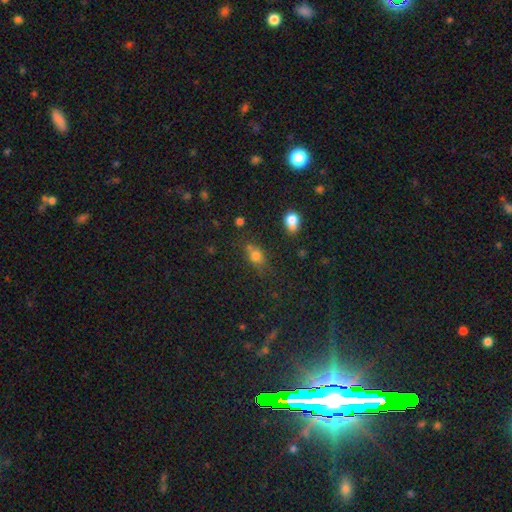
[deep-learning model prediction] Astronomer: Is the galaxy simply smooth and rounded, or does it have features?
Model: smooth — 73%.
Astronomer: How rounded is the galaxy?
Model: in between — 52% (runner-up: round, 45%).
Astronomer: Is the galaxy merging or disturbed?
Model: none — 58%.